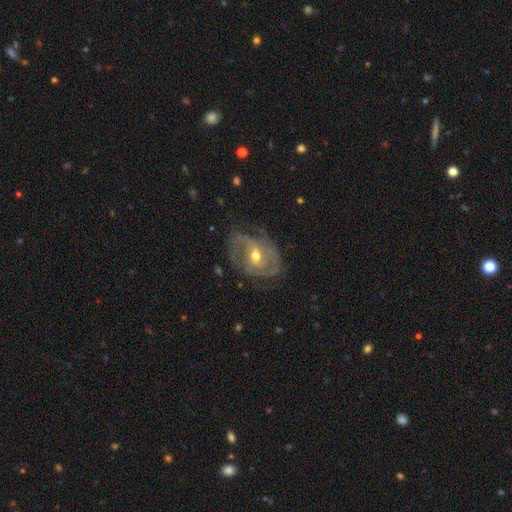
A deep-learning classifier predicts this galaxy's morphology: This is clearly a featured or disk galaxy (82%). It is clearly not viewed edge-on (96%). Bar: possibly weak (48%). Spiral arm pattern: clearly yes (89%). Spiral arm count: possibly 2 (53%). Spiral winding: marginally medium (42%). Central bulge: likely moderate (68%). Merging: likely none (60%).